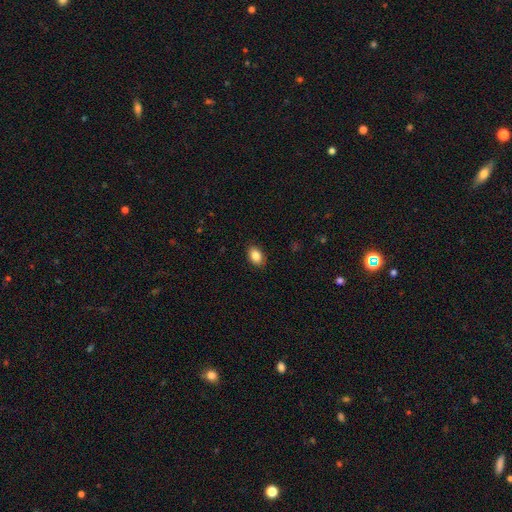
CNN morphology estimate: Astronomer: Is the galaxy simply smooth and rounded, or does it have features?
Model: smooth — 86%.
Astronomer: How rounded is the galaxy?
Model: in between — 83%.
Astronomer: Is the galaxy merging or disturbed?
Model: none — 88%.